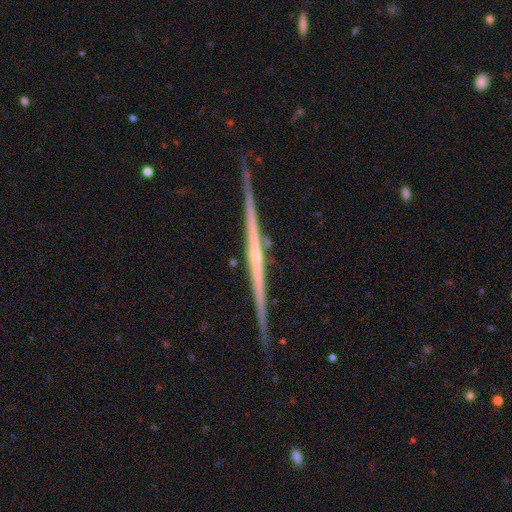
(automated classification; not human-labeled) Smooth or featured? Predicted: featured or disk (p=0.84). Edge-on disk? Predicted: yes (p=0.98). Edge-on bulge? Predicted: none (p=0.66). Merging? Predicted: none (p=0.90).